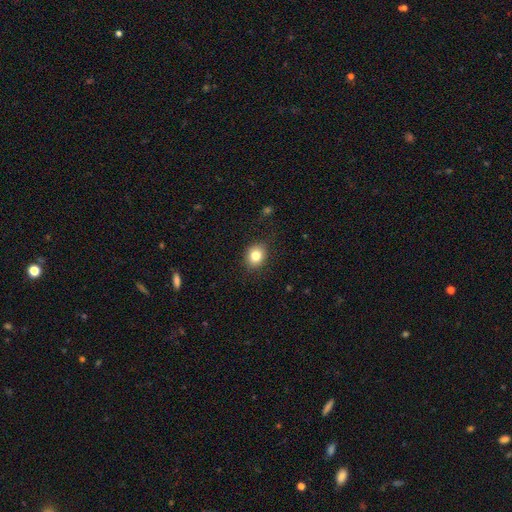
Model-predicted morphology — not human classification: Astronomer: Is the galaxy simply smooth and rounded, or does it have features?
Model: smooth — 82%.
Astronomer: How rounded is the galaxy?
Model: round — 56% (runner-up: in between, 43%).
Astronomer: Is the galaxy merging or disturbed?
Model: none — 86%.